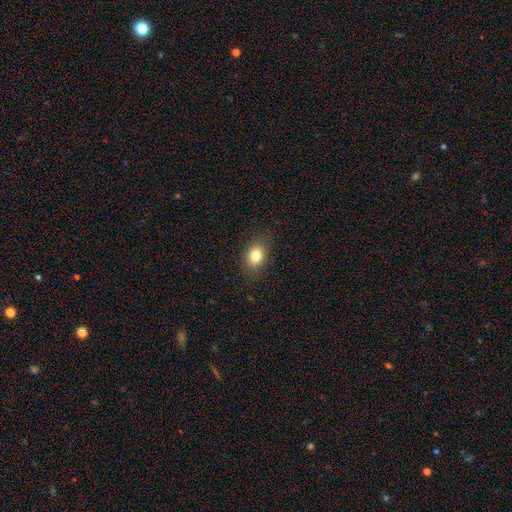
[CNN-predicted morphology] Q: Smooth or featured?
A: smooth (80%); runner-up: star or artifact (10%)
Q: How rounded?
A: in between (67%); runner-up: round (31%)
Q: Merging?
A: none (83%); runner-up: minor disturbance (13%)